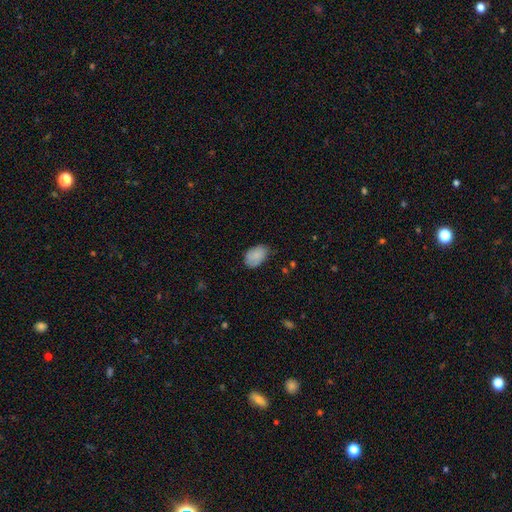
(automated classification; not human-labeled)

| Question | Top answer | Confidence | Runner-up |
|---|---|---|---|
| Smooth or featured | smooth | 85% | featured or disk (8%) |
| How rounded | in between | 87% | round (12%) |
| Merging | none | 69% | minor disturbance (25%) |